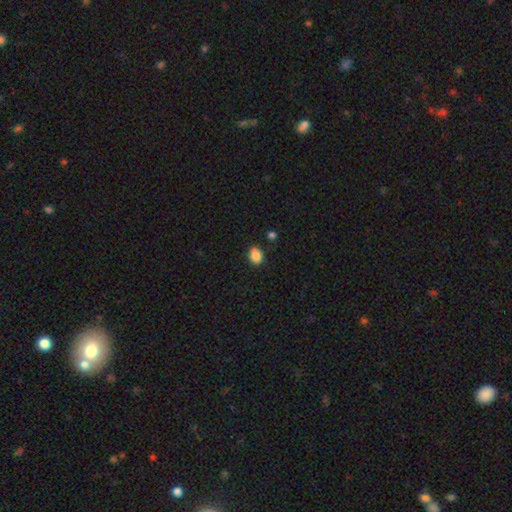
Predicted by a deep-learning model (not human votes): Q: Smooth or featured?
A: smooth (86%); runner-up: star or artifact (9%)
Q: How rounded?
A: in between (66%); runner-up: round (33%)
Q: Merging?
A: none (77%); runner-up: minor disturbance (17%)